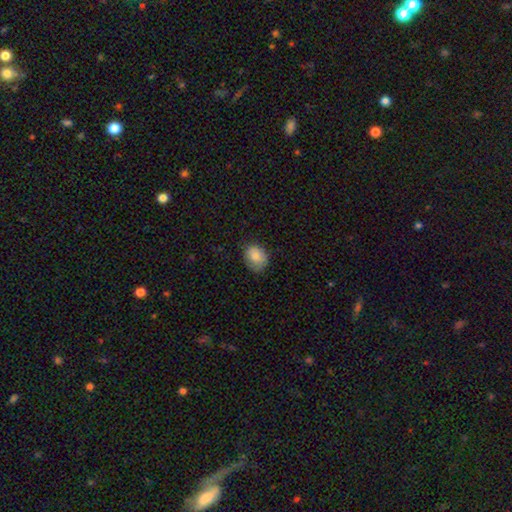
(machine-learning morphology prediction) This is clearly a smooth galaxy (84%). How rounded: possibly in between (55%). Merging: likely none (71%).